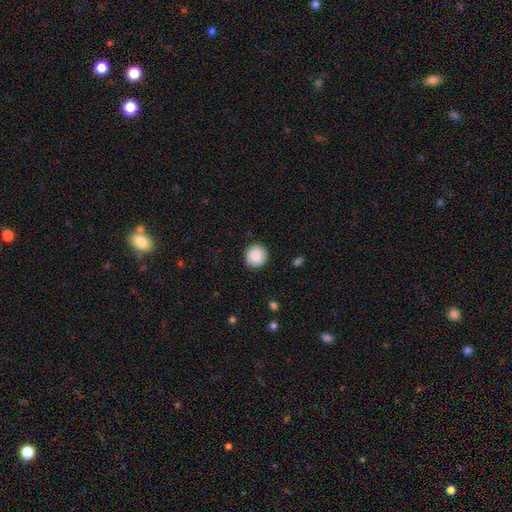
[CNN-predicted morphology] type=smooth (89%); roundness=round (92%); merging=none (91%).